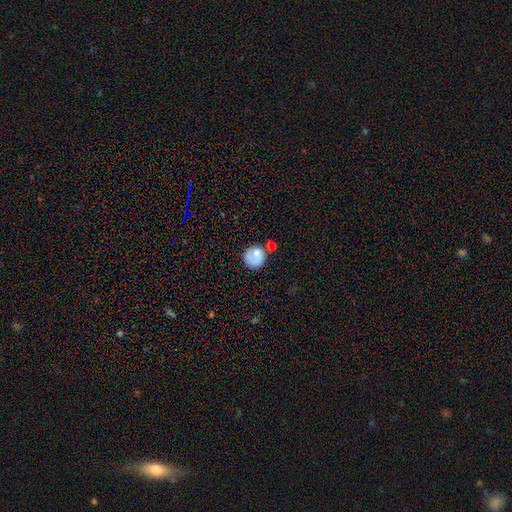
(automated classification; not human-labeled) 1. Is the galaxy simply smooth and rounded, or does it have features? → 73% smooth, 19% featured or disk, 8% star or artifact.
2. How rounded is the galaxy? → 84% round, 15% in between, 1% cigar-shaped.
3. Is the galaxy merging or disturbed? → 57% none, 19% minor disturbance, 16% merger, 8% major disturbance.